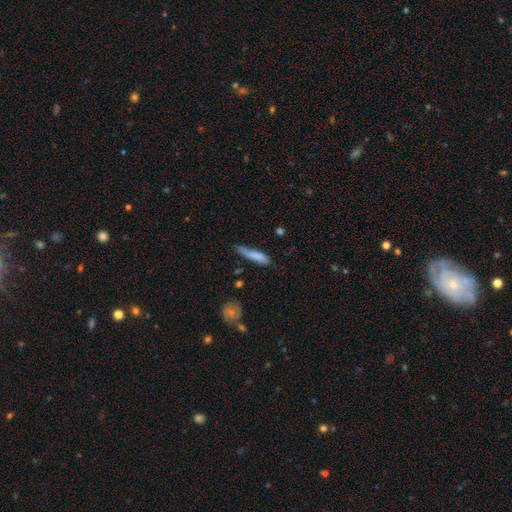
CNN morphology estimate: Smooth or featured? Predicted: smooth (p=0.77). How rounded? Predicted: cigar-shaped (p=0.82). Merging? Predicted: none (p=0.50).